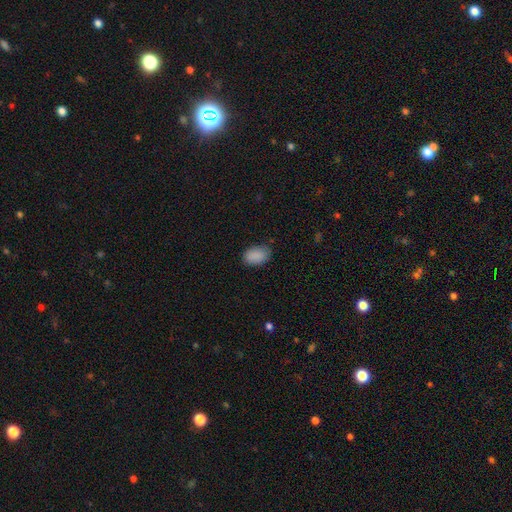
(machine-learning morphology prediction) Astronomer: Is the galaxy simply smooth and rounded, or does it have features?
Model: smooth — 88%.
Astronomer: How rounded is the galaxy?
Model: in between — 87%.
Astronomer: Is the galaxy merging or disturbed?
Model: none — 76%.